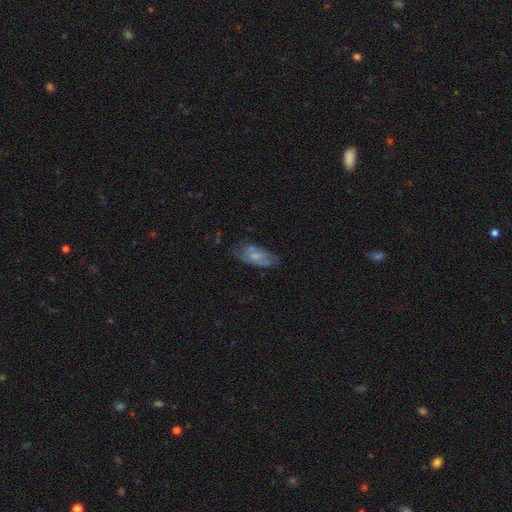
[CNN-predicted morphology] This appears to be a featured or disk galaxy (51%). Merging: none (55%).